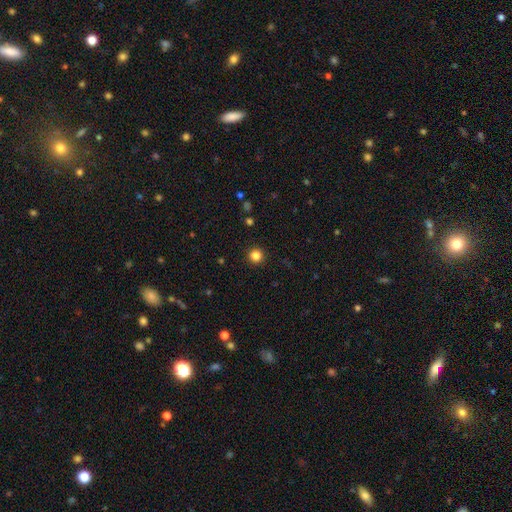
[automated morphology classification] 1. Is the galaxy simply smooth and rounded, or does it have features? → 84% smooth, 12% star or artifact, 4% featured or disk.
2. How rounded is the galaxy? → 96% round, 3% in between, 1% cigar-shaped.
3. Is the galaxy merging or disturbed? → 93% none, 4% minor disturbance, 2% major disturbance, 1% merger.